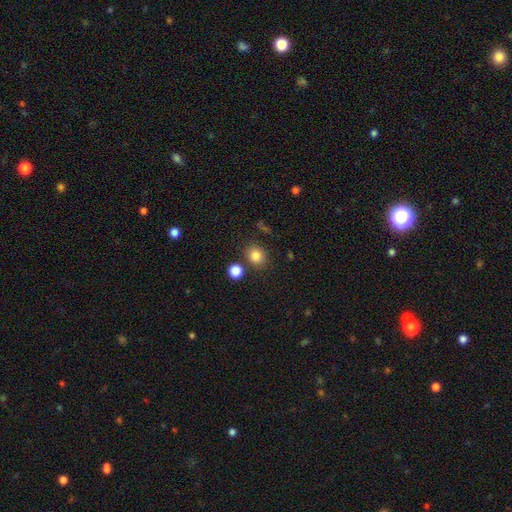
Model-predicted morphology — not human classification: type=smooth (83%); roundness=round (71%); merging=none (80%).